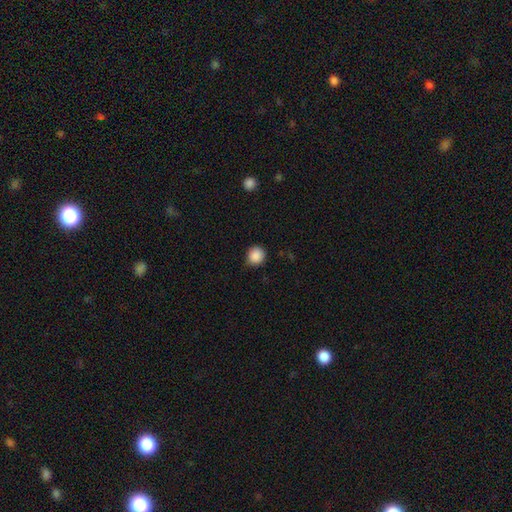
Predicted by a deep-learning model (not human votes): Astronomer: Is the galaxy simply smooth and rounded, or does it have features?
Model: smooth — 88%.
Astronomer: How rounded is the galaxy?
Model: round — 91%.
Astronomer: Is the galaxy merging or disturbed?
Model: none — 82%.